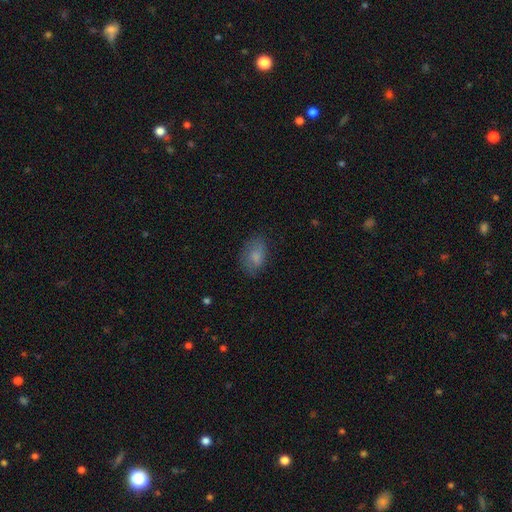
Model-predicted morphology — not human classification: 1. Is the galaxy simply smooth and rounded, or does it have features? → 74% smooth, 17% featured or disk, 9% star or artifact.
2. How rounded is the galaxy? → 86% in between, 12% round, 2% cigar-shaped.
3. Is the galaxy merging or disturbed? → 67% none, 23% minor disturbance, 8% major disturbance, 1% merger.